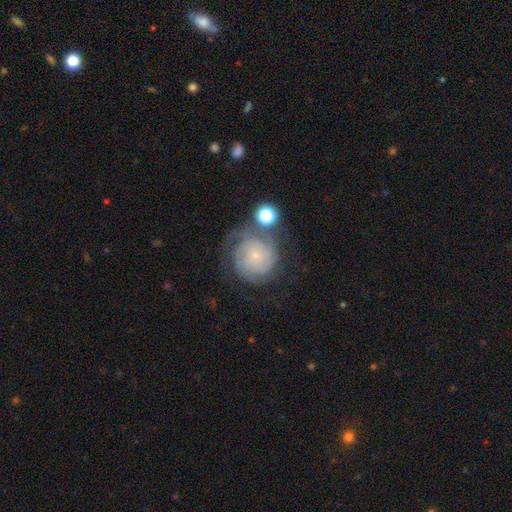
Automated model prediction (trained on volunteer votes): Smooth or featured: featured or disk — 69% (smooth — 21%)
Edge-on disk: no — 98% (yes — 2%)
Bar: no — 81% (weak — 16%)
Spiral arms: yes — 91% (no — 9%)
Spiral winding: tight — 71% (medium — 22%)
Spiral arm count: can't tell — 42% (3 — 18%)
Bulge size: small — 82% (moderate — 10%)
Merging: none — 56% (minor disturbance — 19%)